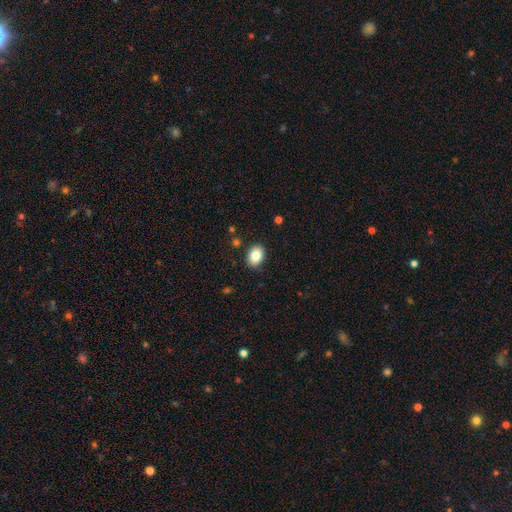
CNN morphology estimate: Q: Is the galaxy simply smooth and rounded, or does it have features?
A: smooth — 83%.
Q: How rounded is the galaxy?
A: in between — 69%.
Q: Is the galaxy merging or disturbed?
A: none — 89%.